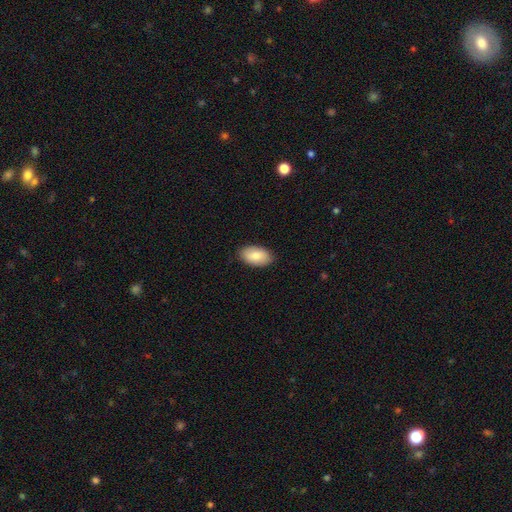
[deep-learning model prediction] Smooth or featured? smooth (85%)
How rounded? in between (94%)
Merging? none (88%)